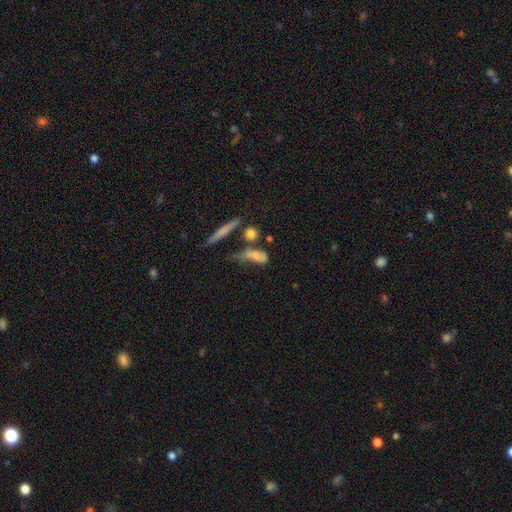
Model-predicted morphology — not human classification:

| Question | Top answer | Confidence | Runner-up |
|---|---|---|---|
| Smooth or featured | smooth | 62% | featured or disk (27%) |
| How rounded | in between | 57% | cigar-shaped (31%) |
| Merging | none | 30% | merger (27%) |